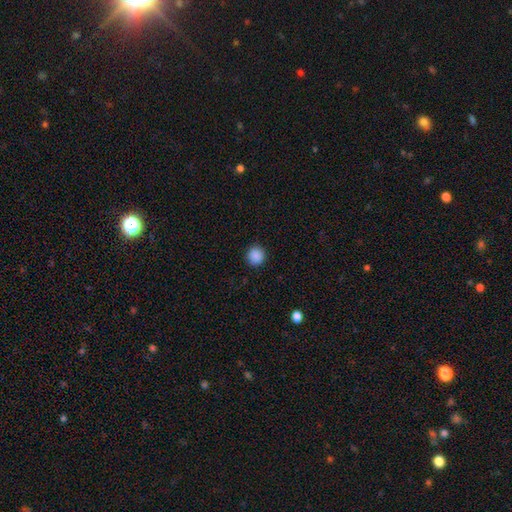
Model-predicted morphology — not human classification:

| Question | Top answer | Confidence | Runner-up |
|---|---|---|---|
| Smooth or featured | smooth | 88% | star or artifact (9%) |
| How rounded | round | 93% | in between (6%) |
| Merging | none | 92% | minor disturbance (5%) |